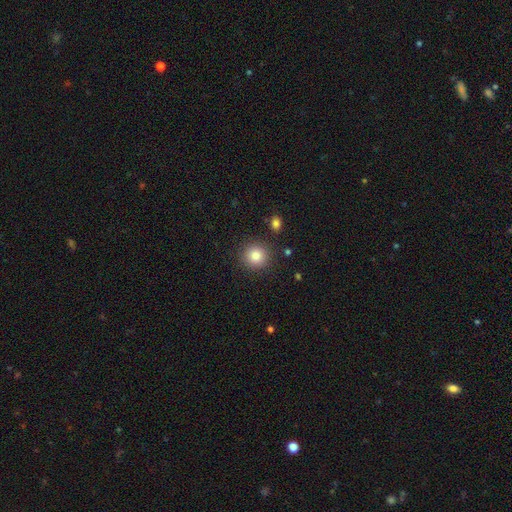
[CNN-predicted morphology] A smooth galaxy with no disk features (83%) that is round (93%). Merging: none (89%).